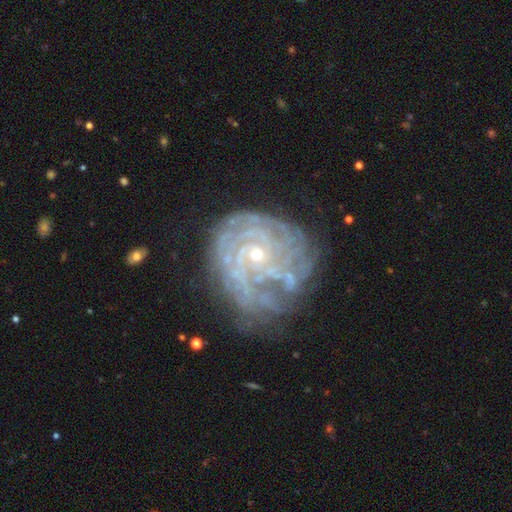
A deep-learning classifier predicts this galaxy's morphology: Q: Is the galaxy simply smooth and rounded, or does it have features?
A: featured or disk — 85%.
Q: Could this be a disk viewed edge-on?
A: no — 98%.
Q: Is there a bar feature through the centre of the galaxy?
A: no — 76%.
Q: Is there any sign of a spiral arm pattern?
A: yes — 93%.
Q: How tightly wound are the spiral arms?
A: tight — 78%.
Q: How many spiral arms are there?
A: can't tell — 39%.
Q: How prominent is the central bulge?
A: small — 71%.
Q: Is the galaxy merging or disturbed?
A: none — 60%.